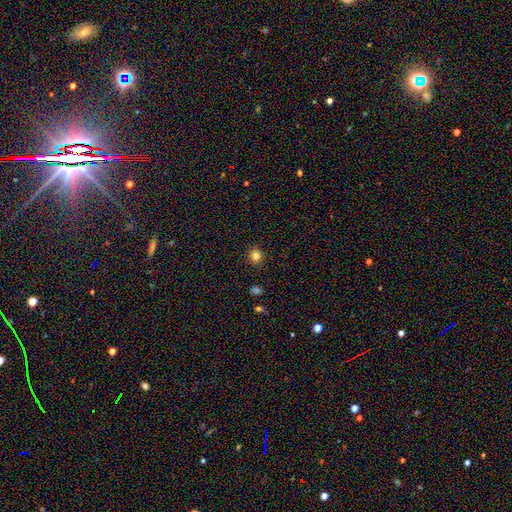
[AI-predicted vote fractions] The model was most divided on "smooth or featured": smooth: 82%, star or artifact: 13%, featured or disk: 5%. More confident: merging — none (91%); how rounded — round (88%).